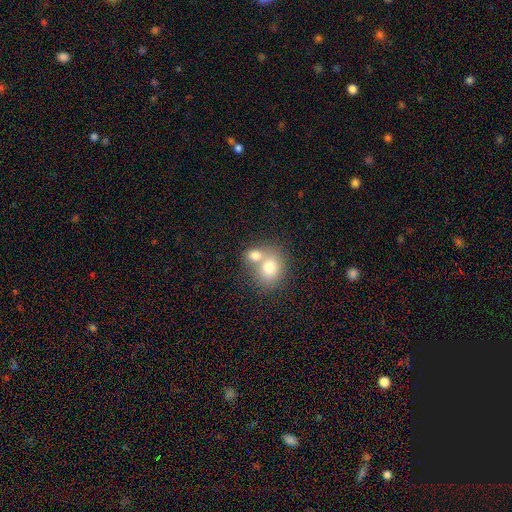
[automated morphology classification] A smooth galaxy with no disk features (75%) that is round (59%). Merging: merger (62%).